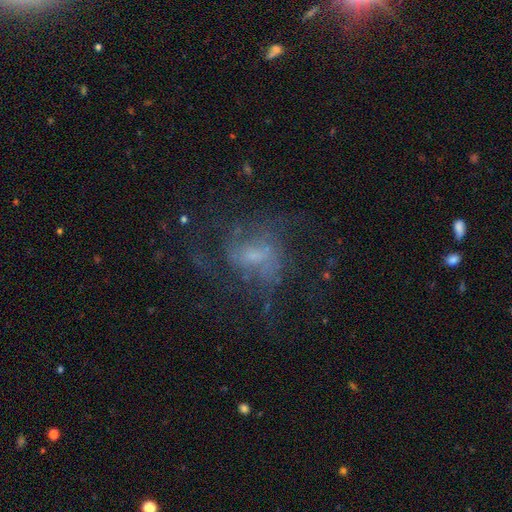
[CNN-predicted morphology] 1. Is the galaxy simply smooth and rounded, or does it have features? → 67% featured or disk, 18% smooth, 15% star or artifact.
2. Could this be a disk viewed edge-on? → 97% no, 3% yes.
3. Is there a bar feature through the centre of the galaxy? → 50% no, 41% weak, 9% strong.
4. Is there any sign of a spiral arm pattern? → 72% yes, 28% no.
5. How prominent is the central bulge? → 51% small, 26% moderate, 18% none, 4% large, 1% dominant.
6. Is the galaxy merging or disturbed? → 53% none, 28% major disturbance, 17% minor disturbance, 2% merger.